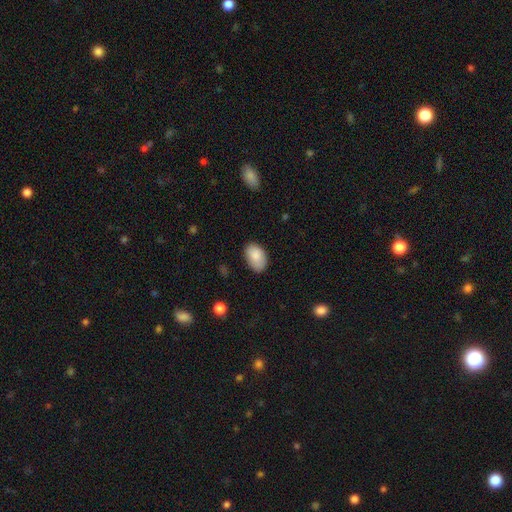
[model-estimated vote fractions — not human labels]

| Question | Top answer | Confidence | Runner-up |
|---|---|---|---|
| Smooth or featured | smooth | 87% | featured or disk (7%) |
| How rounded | in between | 92% | round (7%) |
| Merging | none | 79% | minor disturbance (17%) |